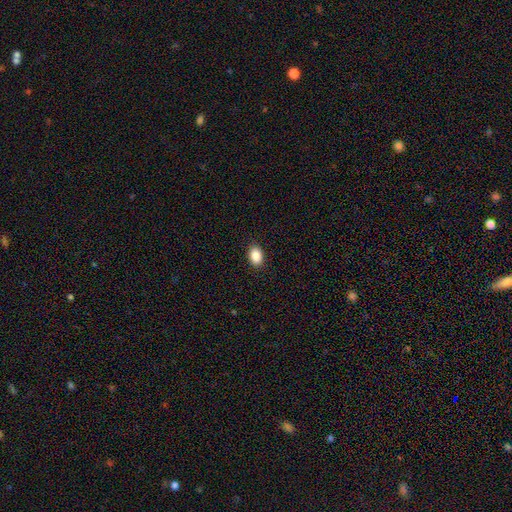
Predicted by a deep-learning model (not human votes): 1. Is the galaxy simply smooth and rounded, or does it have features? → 89% smooth, 8% star or artifact, 3% featured or disk.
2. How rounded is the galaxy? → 82% in between, 17% round, 1% cigar-shaped.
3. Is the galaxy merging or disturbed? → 90% none, 7% minor disturbance, 2% major disturbance, 1% merger.